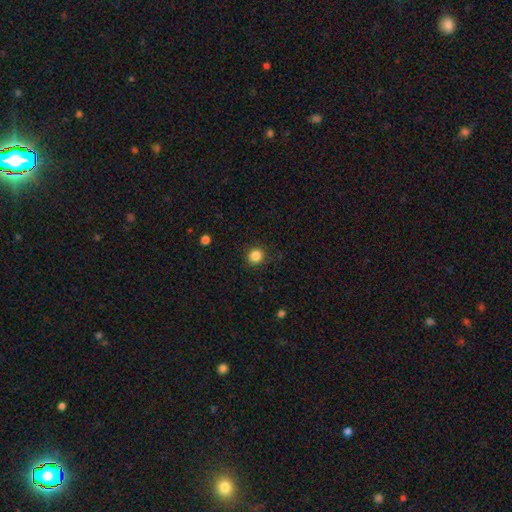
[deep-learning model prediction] smooth 85%, star or artifact 11%, featured or disk 4%. Down the decision tree: how rounded — round (91%); merging — none (89%).